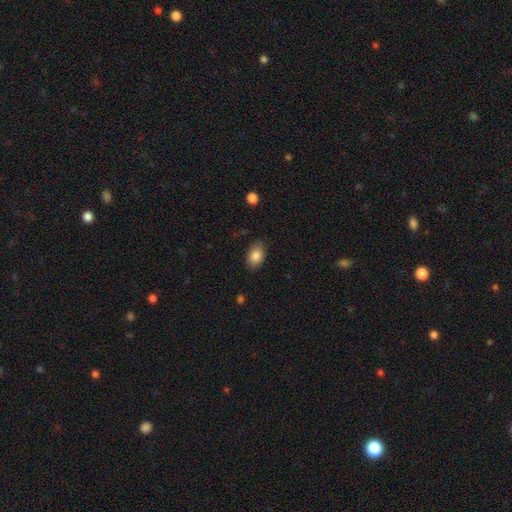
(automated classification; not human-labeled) smooth_or_featured: smooth (p=0.86) [alt: star or artifact p=0.08]
how_rounded: in between (p=0.87) [alt: round p=0.12]
merging: none (p=0.84) [alt: minor disturbance p=0.12]